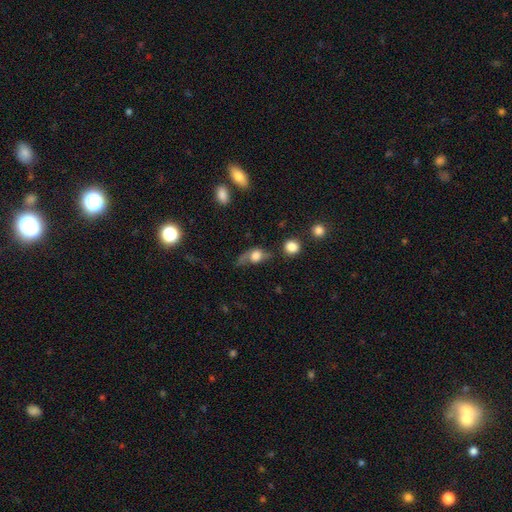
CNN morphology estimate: Smooth or featured?
  - smooth: 60% *
  - featured or disk: 29%
  - star or artifact: 11%
How rounded?
  - in between: 58% *
  - round: 35%
  - cigar-shaped: 7%
Merging?
  - none: 36% *
  - major disturbance: 30%
  - minor disturbance: 27%
  - merger: 7%